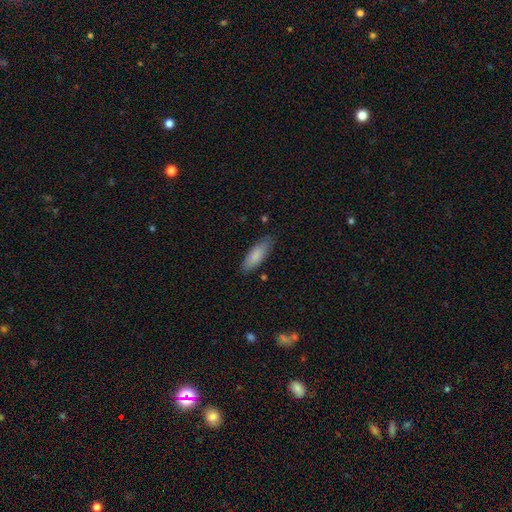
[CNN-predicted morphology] A smooth galaxy with no disk features (82%) that is in between round and cigar-shaped (64%).

Vote fractions:
- Smooth or featured? smooth: 82% / featured or disk: 12% / star or artifact: 6%
- How rounded? in between: 64% / cigar-shaped: 34% / round: 2%
- Merging? none: 82% / minor disturbance: 14% / major disturbance: 3% / merger: 1%